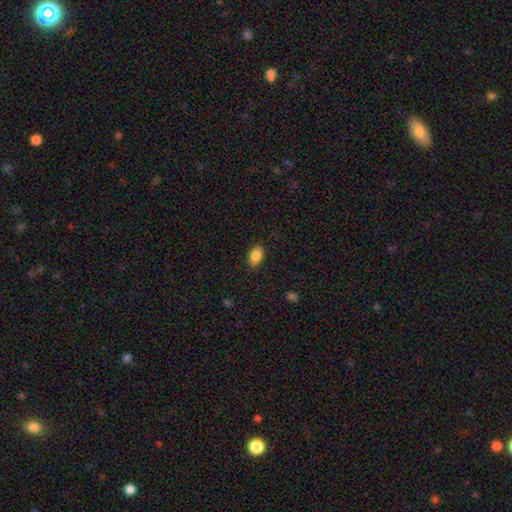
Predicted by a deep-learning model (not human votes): Smooth or featured: smooth — 87% (star or artifact — 8%)
How rounded: in between — 85% (round — 14%)
Merging: none — 87% (minor disturbance — 10%)